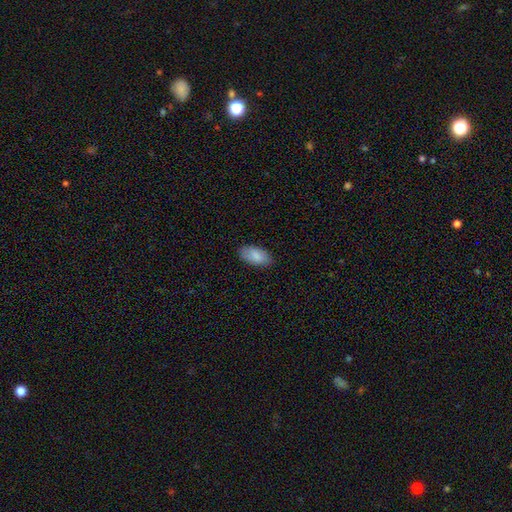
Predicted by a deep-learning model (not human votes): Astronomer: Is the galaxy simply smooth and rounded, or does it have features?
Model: smooth — 85%.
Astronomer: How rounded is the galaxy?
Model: in between — 94%.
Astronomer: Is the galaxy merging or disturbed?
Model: none — 85%.